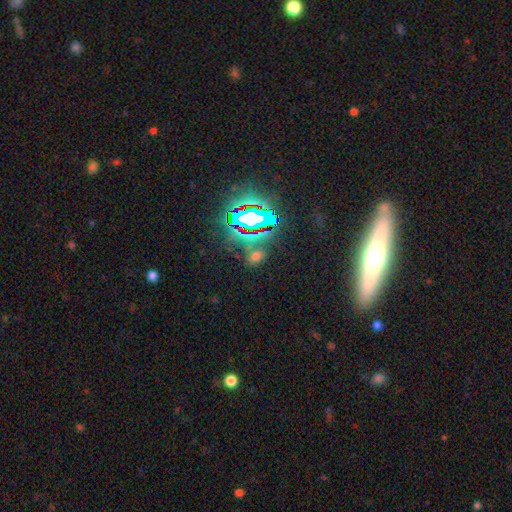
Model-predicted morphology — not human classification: Smooth or featured? Predicted: star or artifact (p=0.50).